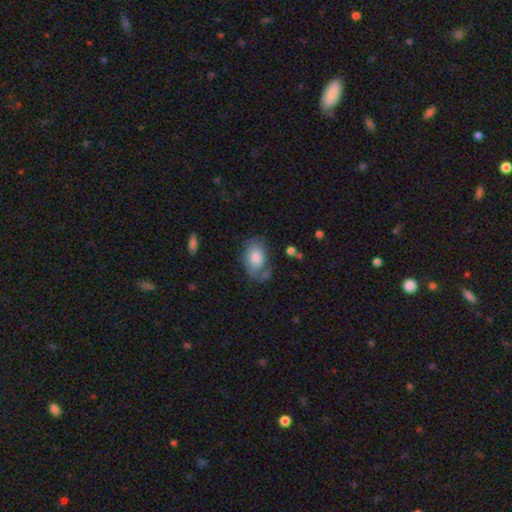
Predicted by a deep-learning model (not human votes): This is likely a smooth galaxy (73%). How rounded: clearly in between (86%). Merging: possibly none (55%).